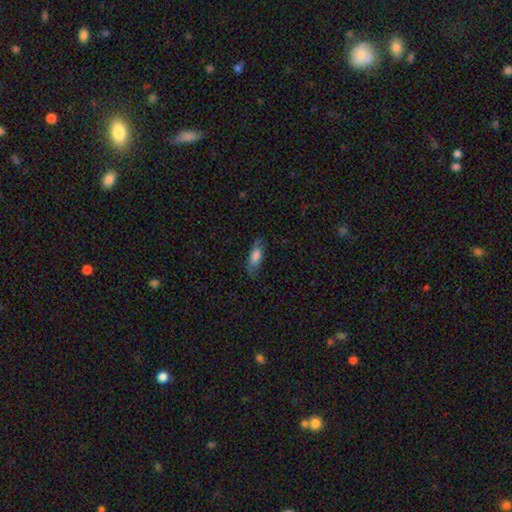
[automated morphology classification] smooth_or_featured: smooth (p=0.72) [alt: featured or disk p=0.21]
how_rounded: in between (p=0.67) [alt: cigar-shaped p=0.31]
merging: none (p=0.74) [alt: minor disturbance p=0.20]